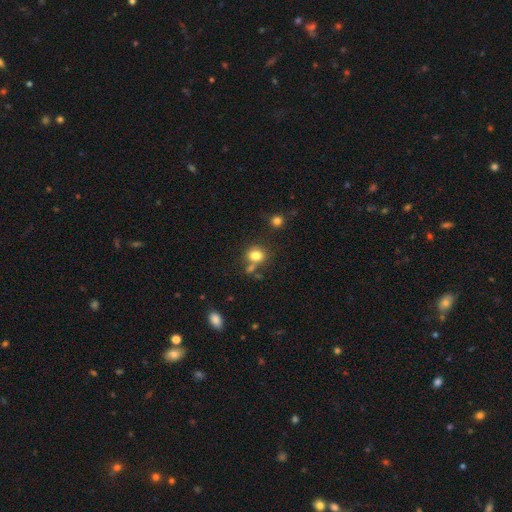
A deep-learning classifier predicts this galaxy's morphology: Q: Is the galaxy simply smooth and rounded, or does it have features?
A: smooth — 80%.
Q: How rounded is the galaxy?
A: round — 58%.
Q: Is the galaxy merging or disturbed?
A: none — 61%.